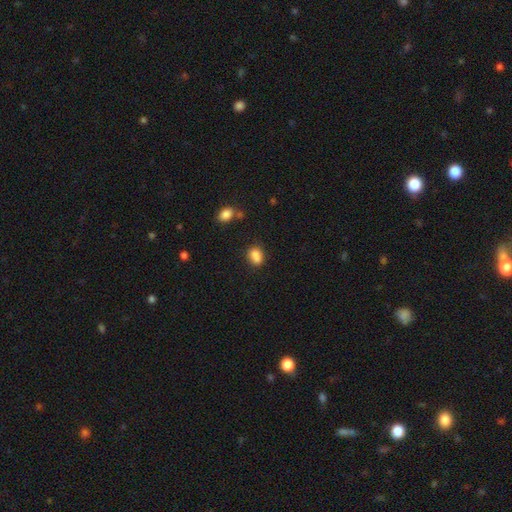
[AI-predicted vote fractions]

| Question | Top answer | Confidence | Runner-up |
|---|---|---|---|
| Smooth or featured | smooth | 84% | star or artifact (10%) |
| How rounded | in between | 69% | round (29%) |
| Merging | none | 60% | minor disturbance (18%) |